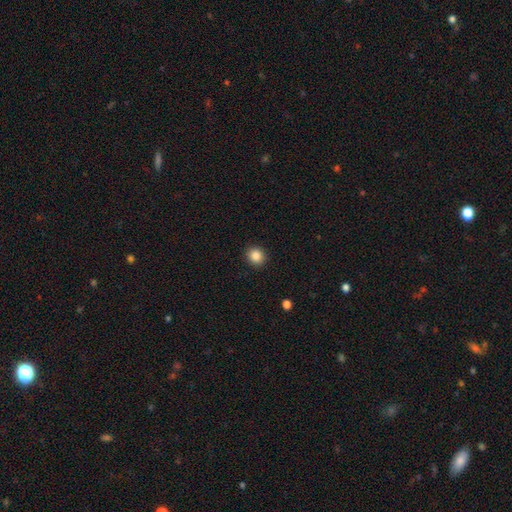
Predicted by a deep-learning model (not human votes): Morphology: type=smooth (86%); roundness=round (81%); merging=none (91%).